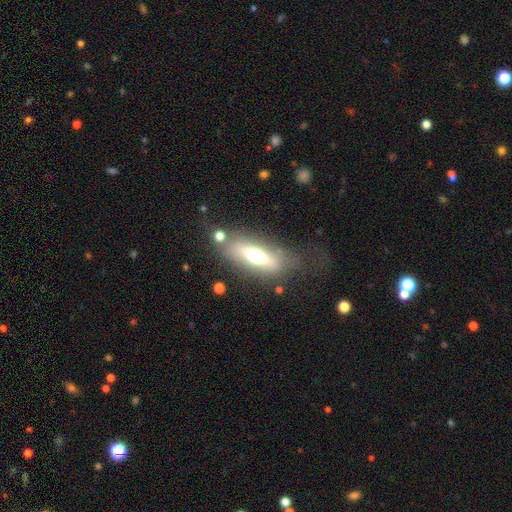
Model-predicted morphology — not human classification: Smooth or featured: smooth — 47% (featured or disk — 42%)
Merging: none — 70% (minor disturbance — 14%)